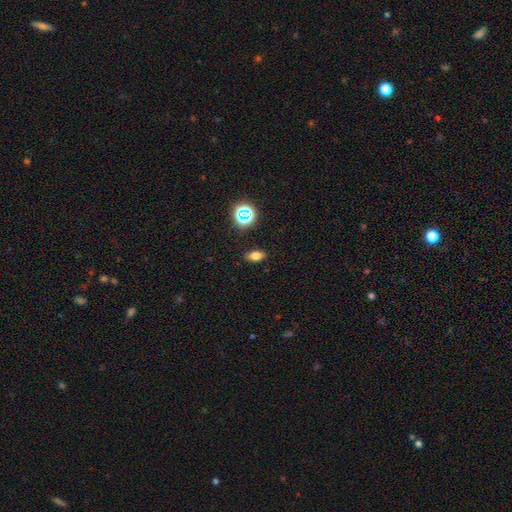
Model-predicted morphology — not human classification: This is likely a smooth galaxy (73%). How rounded: clearly in between (84%). Merging: clearly none (88%).